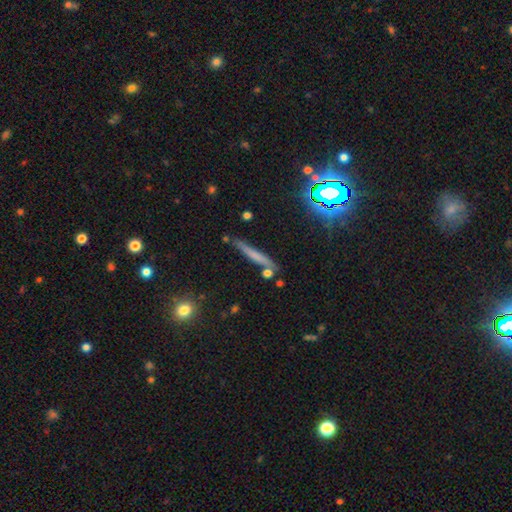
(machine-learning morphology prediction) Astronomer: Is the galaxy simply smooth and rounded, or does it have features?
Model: smooth — 53% (runner-up: featured or disk, 33%).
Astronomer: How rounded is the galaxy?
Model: cigar-shaped — 92%.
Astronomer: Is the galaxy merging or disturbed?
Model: none — 75%.